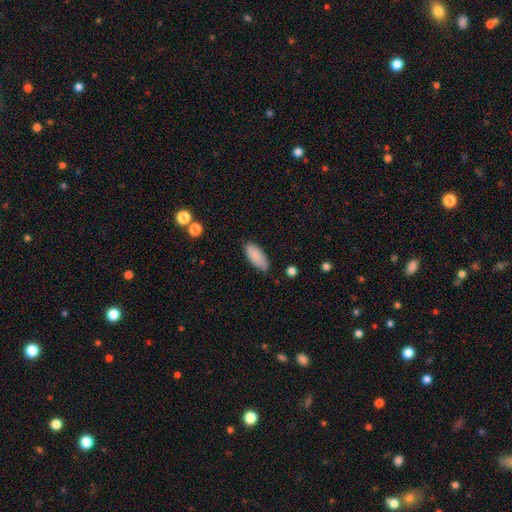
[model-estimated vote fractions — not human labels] The model was most divided on "merging": none: 82%, minor disturbance: 14%, major disturbance: 2%, merger: 1%. More confident: smooth or featured — smooth (88%); how rounded — in between (84%).